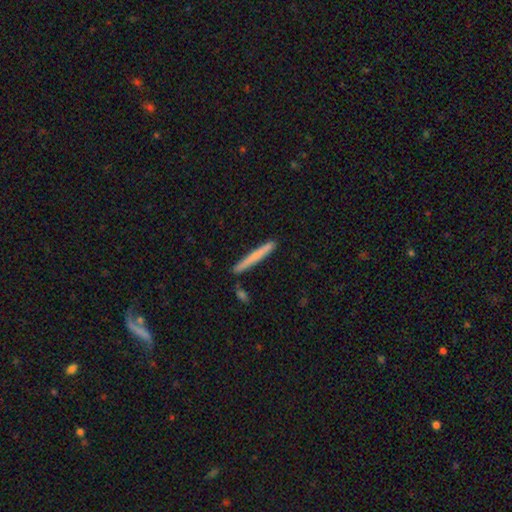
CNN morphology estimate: Smooth or featured? smooth (69%)
How rounded? cigar-shaped (97%)
Merging? none (88%)